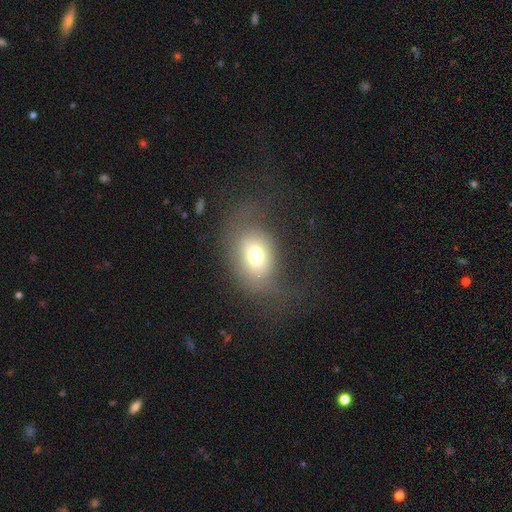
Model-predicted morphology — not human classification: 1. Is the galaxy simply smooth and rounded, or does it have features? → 68% smooth, 19% featured or disk, 13% star or artifact.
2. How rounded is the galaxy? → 59% in between, 39% round, 1% cigar-shaped.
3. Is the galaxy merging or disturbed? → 52% none, 25% major disturbance, 22% minor disturbance, 2% merger.